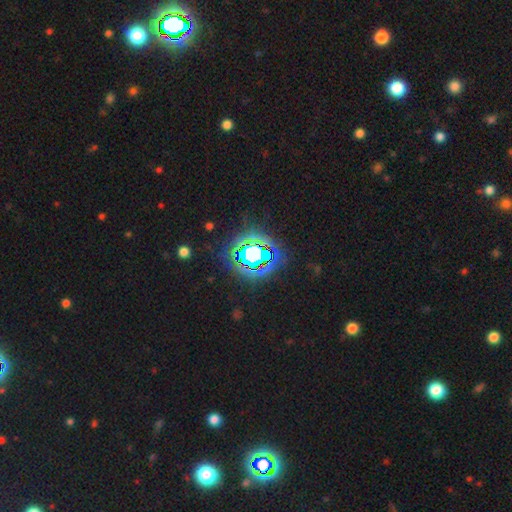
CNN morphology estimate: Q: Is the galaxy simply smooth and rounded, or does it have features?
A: star or artifact — 74%.